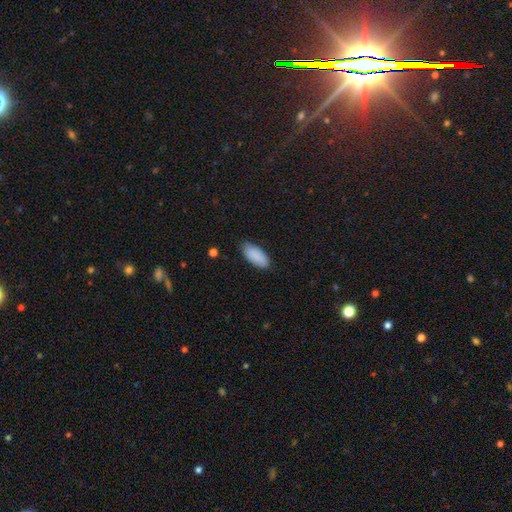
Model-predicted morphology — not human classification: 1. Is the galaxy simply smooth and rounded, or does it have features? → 90% smooth, 6% star or artifact, 4% featured or disk.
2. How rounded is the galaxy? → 89% in between, 9% cigar-shaped, 2% round.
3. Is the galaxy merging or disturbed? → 81% none, 15% minor disturbance, 2% major disturbance, 1% merger.